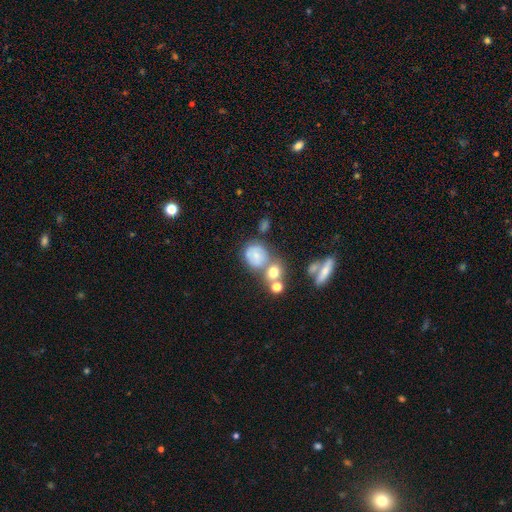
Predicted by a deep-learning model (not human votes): This appears to be a smooth galaxy with no disk features (63%) that is round (74%). Merging: none (44%).